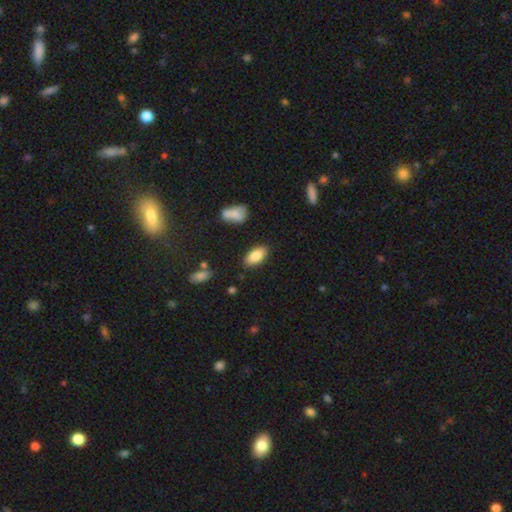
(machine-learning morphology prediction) Overall: smooth (84%). How rounded: in between (92%). Merging: none (84%).